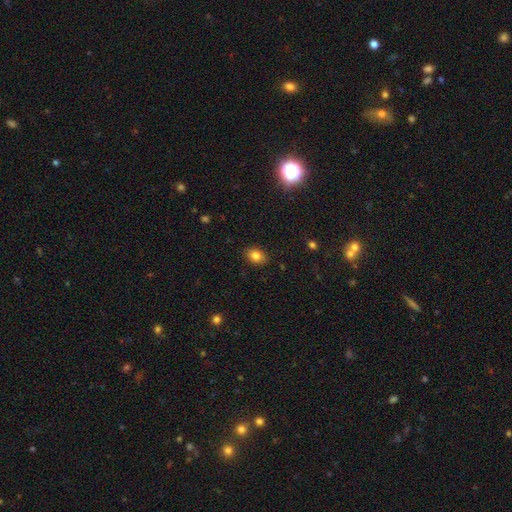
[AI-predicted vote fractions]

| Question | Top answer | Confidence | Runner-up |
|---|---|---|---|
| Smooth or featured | smooth | 82% | star or artifact (11%) |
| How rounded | in between | 67% | round (32%) |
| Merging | none | 87% | minor disturbance (9%) |